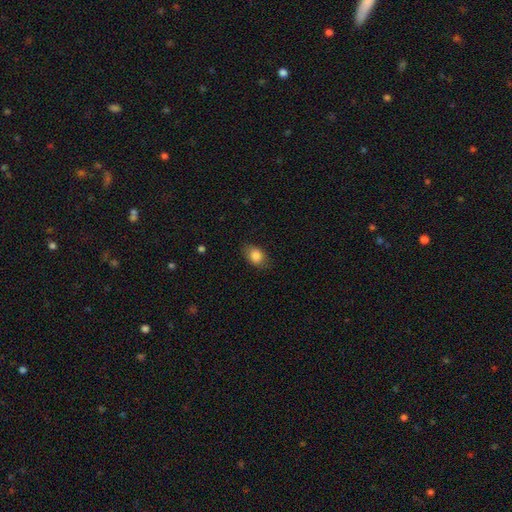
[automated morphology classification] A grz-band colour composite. It shows a smooth galaxy with no disk features (85%) that is in between round and cigar-shaped (76%). Merging: none (78%).